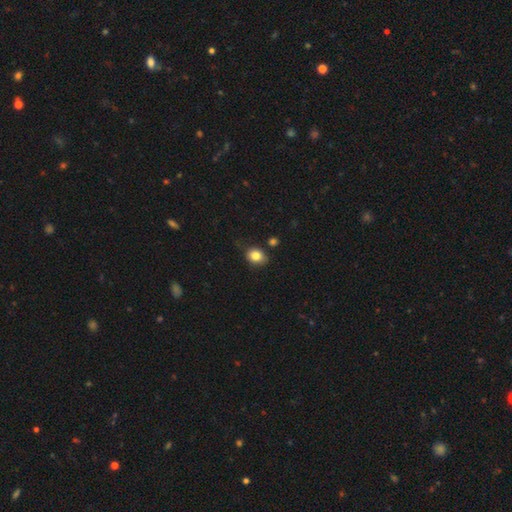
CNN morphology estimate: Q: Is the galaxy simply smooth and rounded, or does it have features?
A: smooth — 83%.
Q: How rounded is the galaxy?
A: round — 53%.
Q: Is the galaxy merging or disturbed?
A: none — 75%.